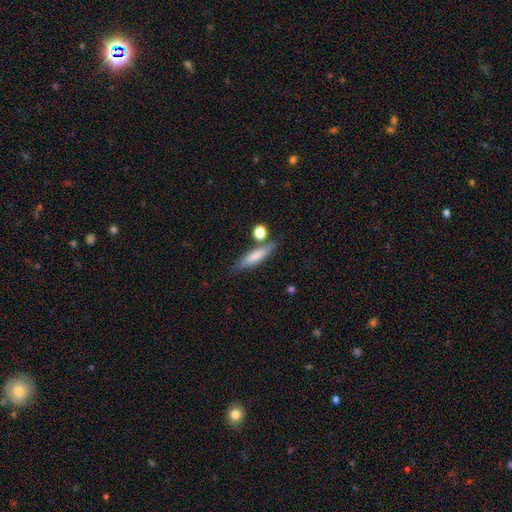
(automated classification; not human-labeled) smooth-or-featured: smooth: 74% | featured or disk: 20% | star or artifact: 6%
  how-rounded: cigar-shaped: 72% | in between: 25% | round: 3%
  merging: none: 69% | minor disturbance: 15% | merger: 12% | major disturbance: 4%